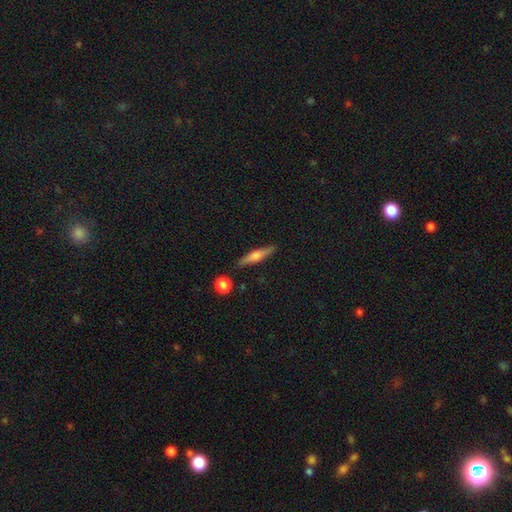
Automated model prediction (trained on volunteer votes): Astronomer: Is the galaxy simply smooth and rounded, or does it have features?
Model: featured or disk — 47% (runner-up: smooth, 46%).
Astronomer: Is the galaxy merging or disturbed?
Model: none — 86%.